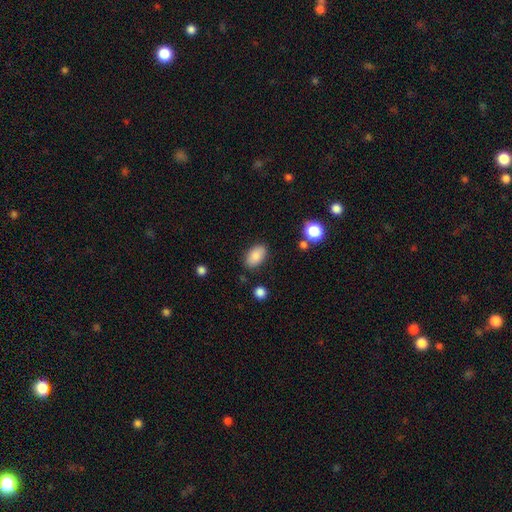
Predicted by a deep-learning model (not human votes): This appears to be a smooth galaxy with no disk features (85%) that is in between round and cigar-shaped (92%). Merging: none (83%).